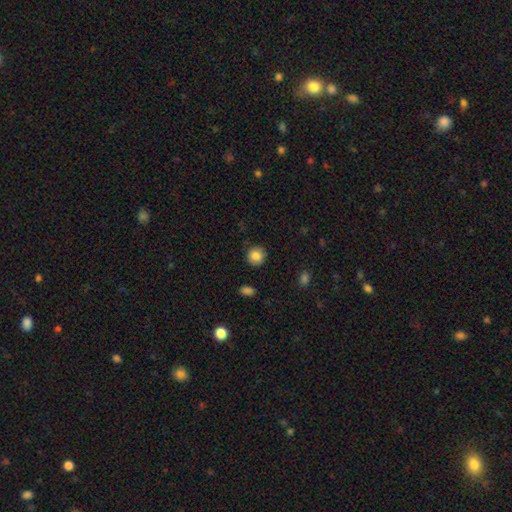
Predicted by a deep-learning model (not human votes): A smooth galaxy with no disk features (84%) that is round (92%). Merging: none (88%).